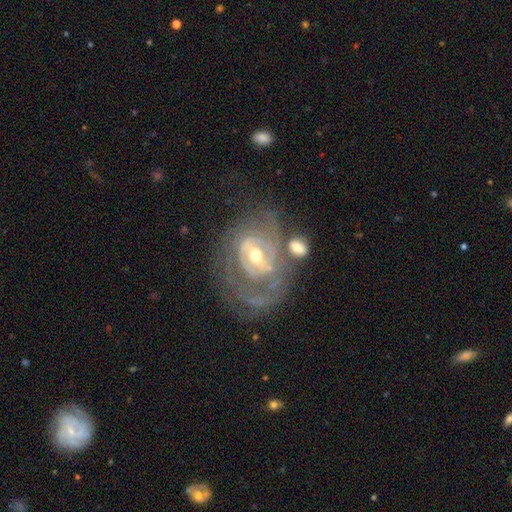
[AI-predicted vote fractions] Smooth or featured: featured or disk — 85% (smooth — 9%)
Edge-on disk: no — 96% (yes — 4%)
Bar: weak — 43% (no — 30%)
Spiral arms: yes — 81% (no — 19%)
Spiral winding: tight — 58% (medium — 30%)
Spiral arm count: can't tell — 39% (2 — 30%)
Bulge size: moderate — 63% (small — 32%)
Merging: none — 44% (major disturbance — 23%)